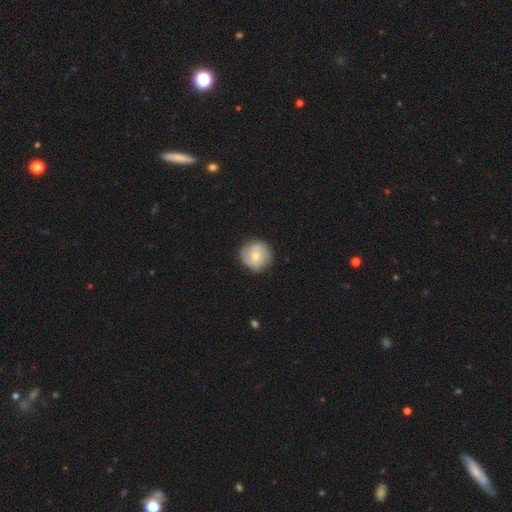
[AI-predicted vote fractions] Smooth or featured? Predicted: smooth (p=0.62). How rounded? Predicted: round (p=0.94). Merging? Predicted: none (p=0.85).